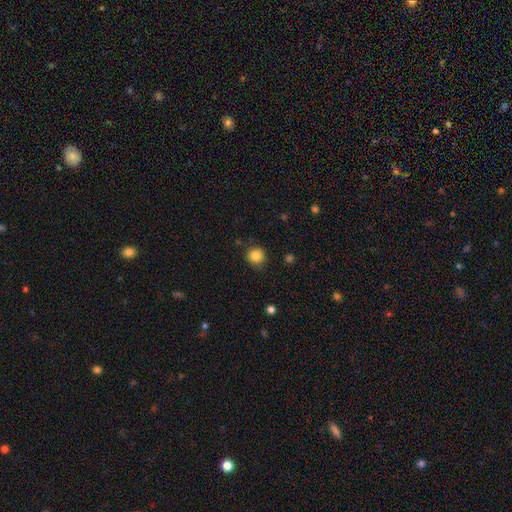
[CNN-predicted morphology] Smooth or featured?
  - smooth: 84% *
  - star or artifact: 11%
  - featured or disk: 5%
How rounded?
  - round: 93% *
  - in between: 6%
  - cigar-shaped: 1%
Merging?
  - none: 86% *
  - minor disturbance: 10%
  - major disturbance: 2%
  - merger: 2%